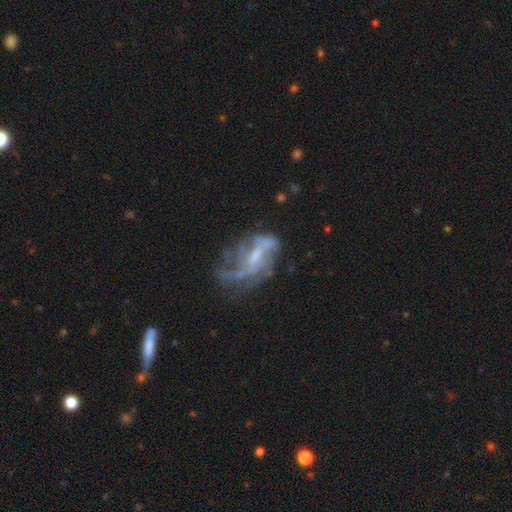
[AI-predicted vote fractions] This appears to be a featured or disk galaxy (75%) with a weak bar (45%), loose (46%) spiral arms (73%) and a small central bulge (41%). Merging: none (42%).